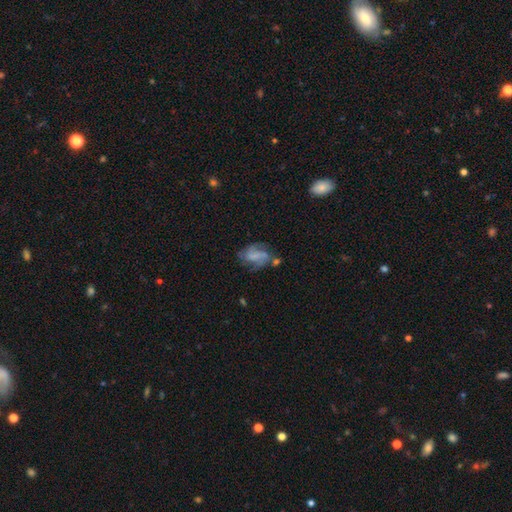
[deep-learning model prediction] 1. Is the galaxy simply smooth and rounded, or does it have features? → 57% featured or disk, 33% smooth, 10% star or artifact.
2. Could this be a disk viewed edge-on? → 97% no, 3% yes.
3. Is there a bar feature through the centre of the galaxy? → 56% no, 32% weak, 12% strong.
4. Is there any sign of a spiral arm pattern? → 74% yes, 26% no.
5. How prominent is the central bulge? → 56% none, 20% small, 14% moderate, 7% large, 2% dominant.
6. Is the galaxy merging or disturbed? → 45% none, 24% minor disturbance, 22% major disturbance, 10% merger.